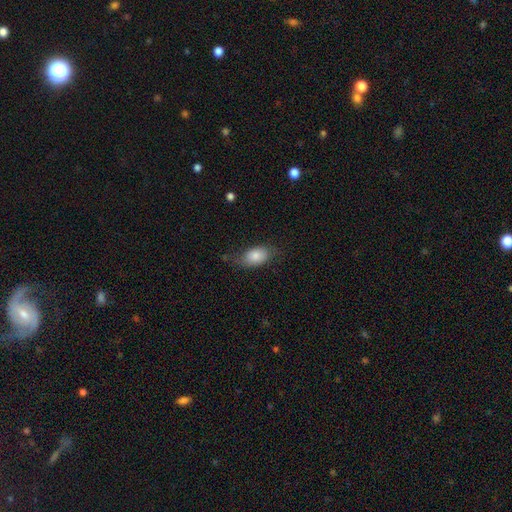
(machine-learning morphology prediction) smooth 79%, featured or disk 14%, star or artifact 7%. Down the decision tree: how rounded — in between (87%); merging — none (64%).